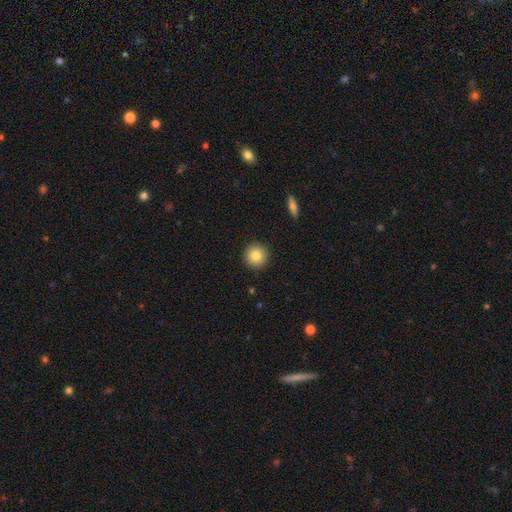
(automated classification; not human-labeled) Morphology: type=smooth (82%); roundness=round (95%); merging=none (92%).